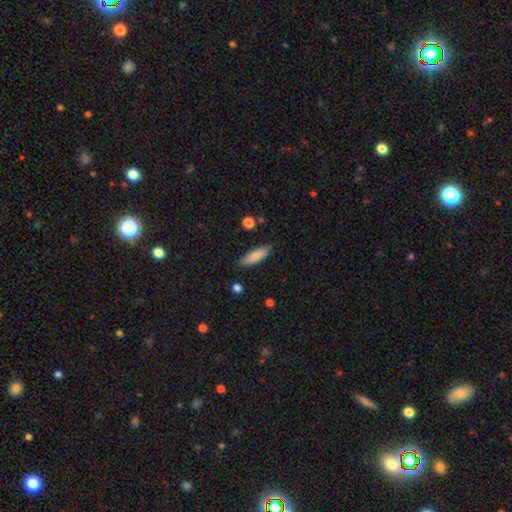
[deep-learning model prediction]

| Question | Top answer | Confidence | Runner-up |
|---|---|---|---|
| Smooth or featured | smooth | 85% | featured or disk (9%) |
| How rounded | cigar-shaped | 52% | in between (46%) |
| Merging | none | 86% | minor disturbance (11%) |